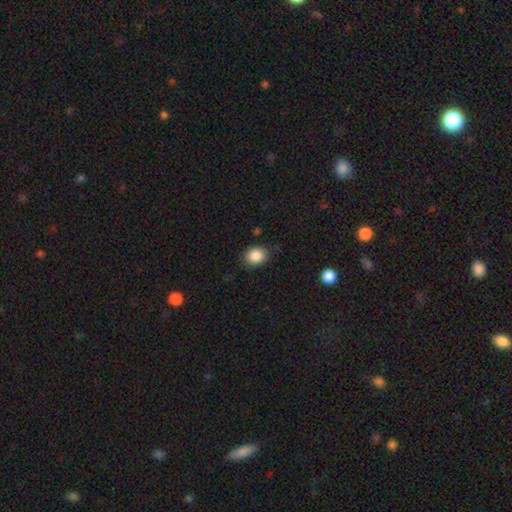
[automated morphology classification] smooth-or-featured: smooth: 87% | star or artifact: 9% | featured or disk: 4%
  how-rounded: round: 58% | in between: 42% | cigar-shaped: 1%
  merging: none: 82% | minor disturbance: 14% | major disturbance: 3% | merger: 2%